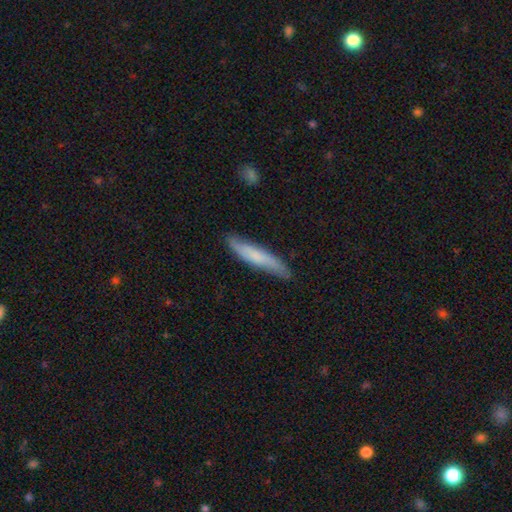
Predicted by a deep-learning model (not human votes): Smooth or featured?
  - smooth: 62% *
  - featured or disk: 33%
  - star or artifact: 6%
How rounded?
  - cigar-shaped: 88% *
  - in between: 10%
  - round: 1%
Merging?
  - none: 80% *
  - minor disturbance: 16%
  - major disturbance: 3%
  - merger: 2%